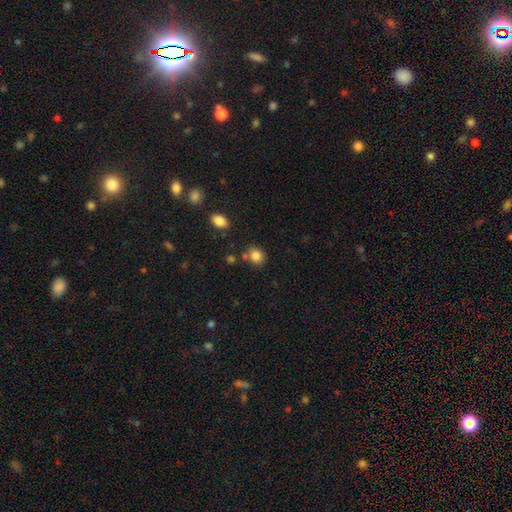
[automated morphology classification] A smooth galaxy with no disk features (83%) that is round (69%).

Vote fractions:
- Smooth or featured? smooth: 83% / star or artifact: 11% / featured or disk: 6%
- How rounded? round: 69% / in between: 30% / cigar-shaped: 1%
- Merging? none: 72% / minor disturbance: 14% / merger: 11% / major disturbance: 4%